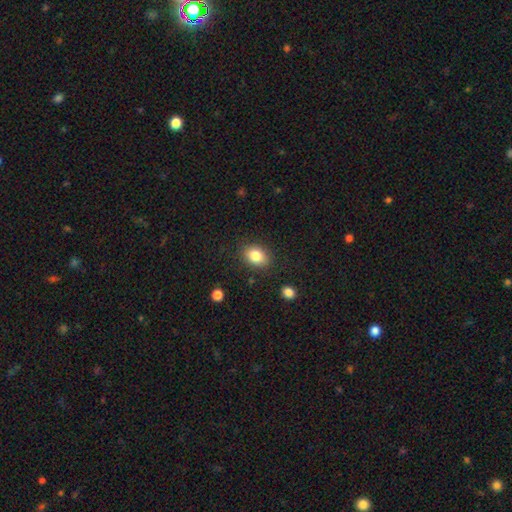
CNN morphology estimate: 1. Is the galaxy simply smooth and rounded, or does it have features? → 83% smooth, 9% star or artifact, 8% featured or disk.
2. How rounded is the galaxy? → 71% in between, 28% round, 1% cigar-shaped.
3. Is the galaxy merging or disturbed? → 86% none, 10% minor disturbance, 3% major disturbance, 2% merger.